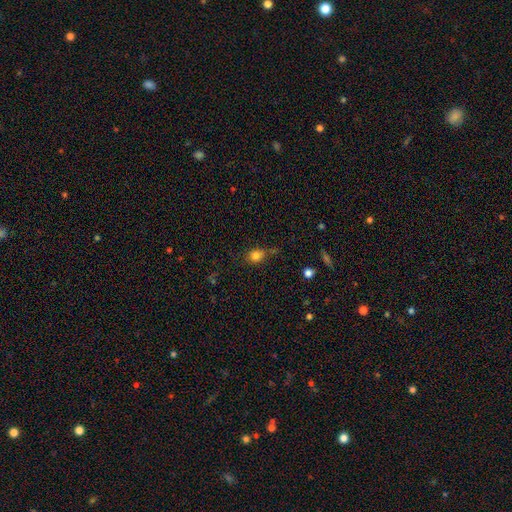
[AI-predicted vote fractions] A smooth galaxy with no disk features (81%) that is round (61%). Merging: none (59%).